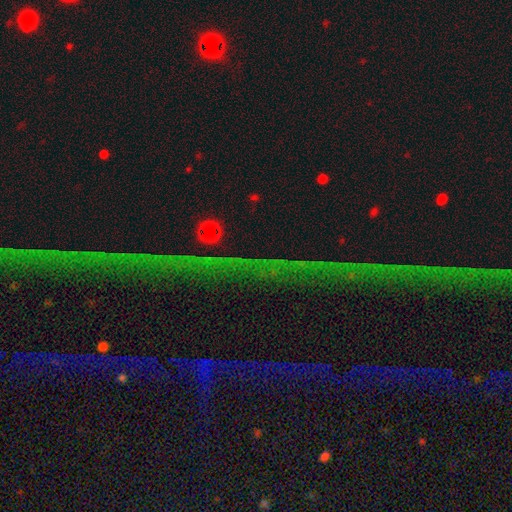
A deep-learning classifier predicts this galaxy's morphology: The model was most divided on "smooth or featured": star or artifact: 73%, featured or disk: 14%, smooth: 13%.